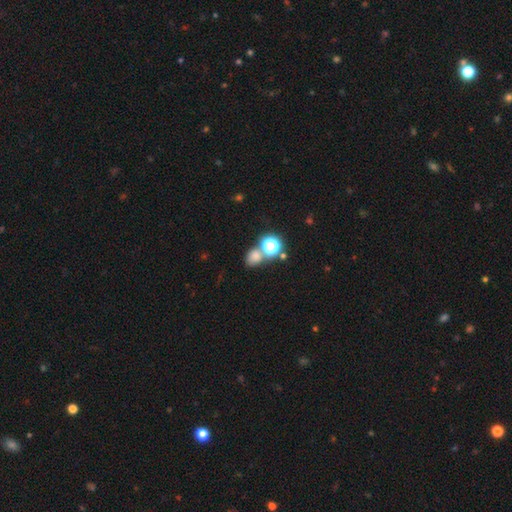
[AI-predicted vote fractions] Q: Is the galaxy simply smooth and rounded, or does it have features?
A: smooth — 67%.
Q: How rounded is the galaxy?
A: round — 58%.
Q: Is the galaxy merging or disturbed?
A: none — 54%.